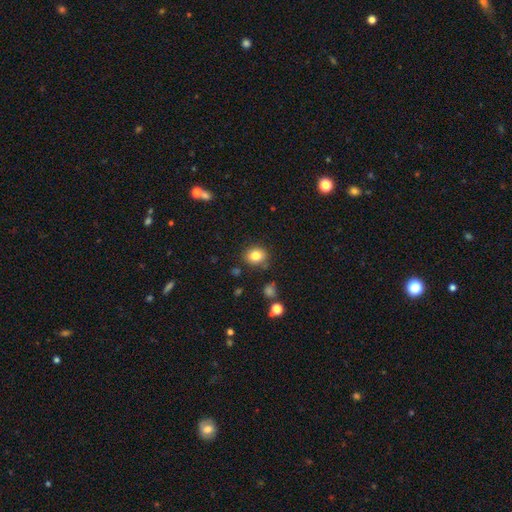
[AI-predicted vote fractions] The model was most divided on "how rounded": round: 71%, in between: 28%, cigar-shaped: 1%. More confident: merging — none (84%); smooth or featured — smooth (82%).